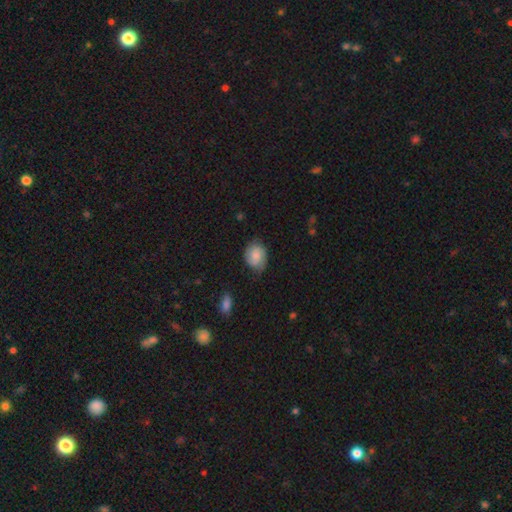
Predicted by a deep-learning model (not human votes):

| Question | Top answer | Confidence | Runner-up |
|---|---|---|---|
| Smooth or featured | smooth | 65% | featured or disk (28%) |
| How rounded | in between | 56% | round (43%) |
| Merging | none | 64% | minor disturbance (28%) |